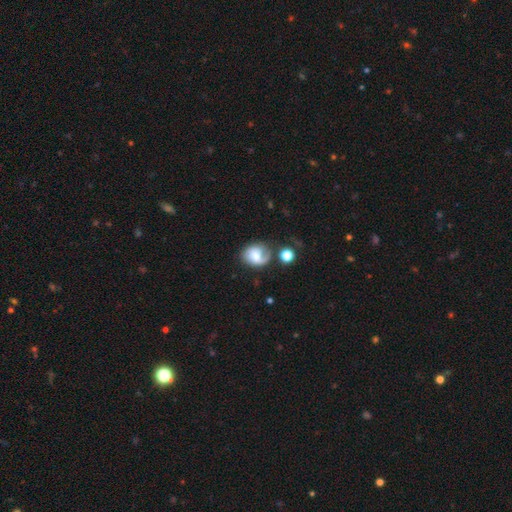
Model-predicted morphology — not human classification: type=smooth (45%, tied with featured or disk); merging=none (51%).